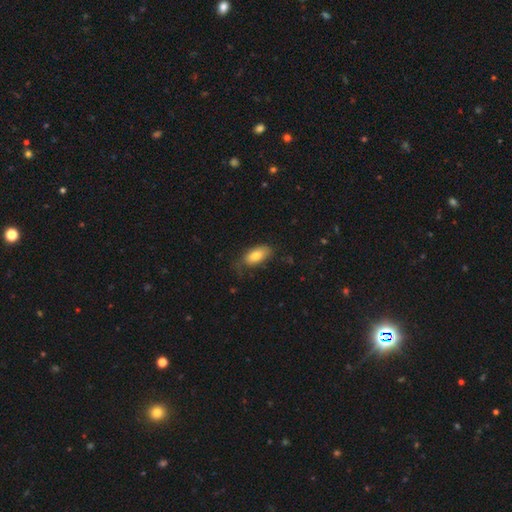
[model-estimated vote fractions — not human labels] Smooth or featured?
  - smooth: 78% *
  - featured or disk: 15%
  - star or artifact: 6%
How rounded?
  - in between: 90% *
  - cigar-shaped: 6%
  - round: 3%
Merging?
  - none: 62% *
  - minor disturbance: 27%
  - major disturbance: 10%
  - merger: 2%